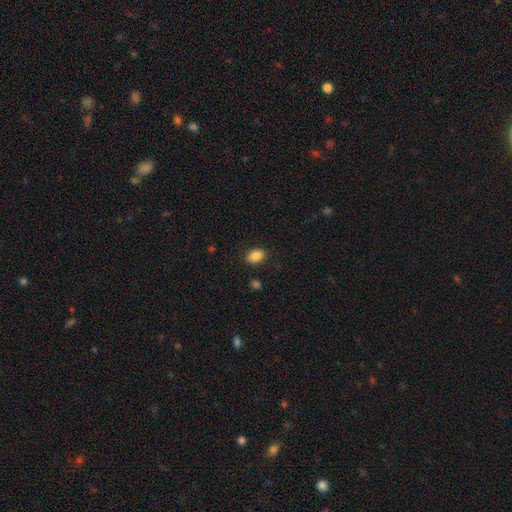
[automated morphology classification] Smooth or featured?
  - smooth: 88% *
  - star or artifact: 9%
  - featured or disk: 3%
How rounded?
  - in between: 74% *
  - round: 25%
  - cigar-shaped: 1%
Merging?
  - none: 87% *
  - minor disturbance: 9%
  - major disturbance: 3%
  - merger: 1%